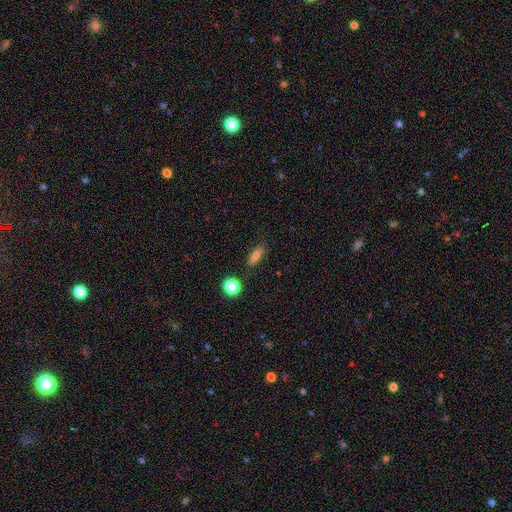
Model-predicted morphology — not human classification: Overall: smooth (74%). How rounded: in between (48%; cigar-shaped 44%). Merging: none (79%).